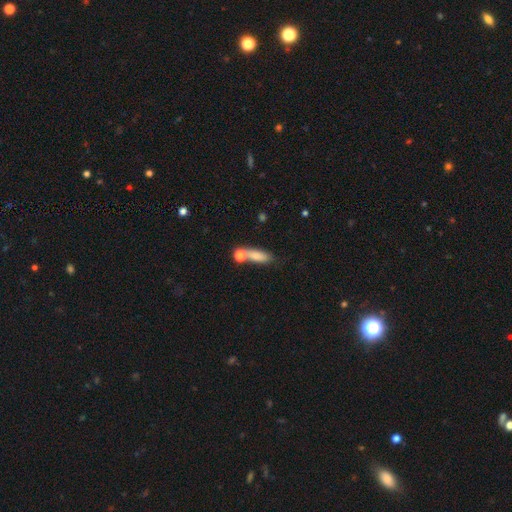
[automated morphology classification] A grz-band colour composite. It shows a smooth galaxy with no disk features (77%) that is in between round and cigar-shaped (54%). Merging: none (55%).